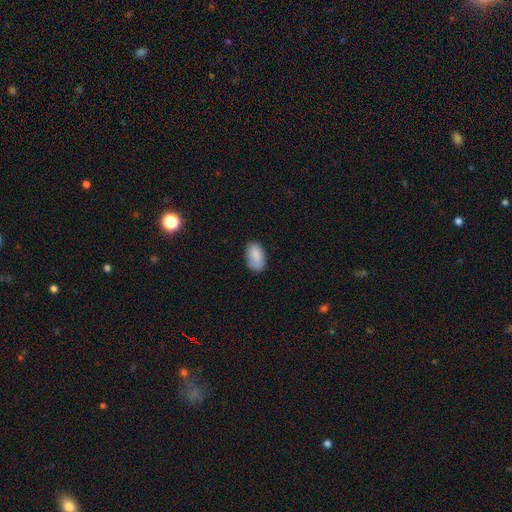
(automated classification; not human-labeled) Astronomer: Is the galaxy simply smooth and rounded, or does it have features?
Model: smooth — 85%.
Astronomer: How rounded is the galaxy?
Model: in between — 93%.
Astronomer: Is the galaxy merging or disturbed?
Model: none — 76%.